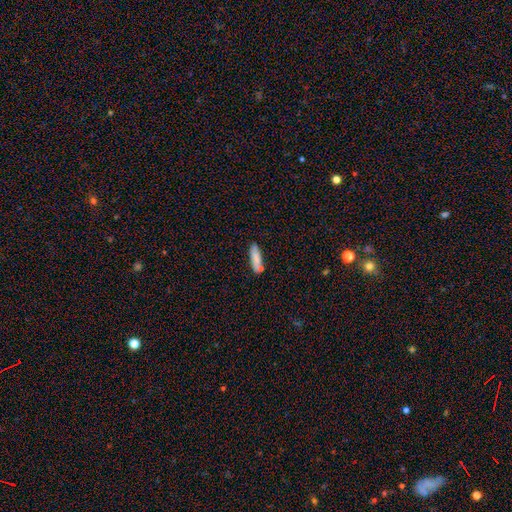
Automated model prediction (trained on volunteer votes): smooth 78%, featured or disk 13%, star or artifact 9%. Down the decision tree: how rounded — cigar-shaped (67%); merging — none (74%).